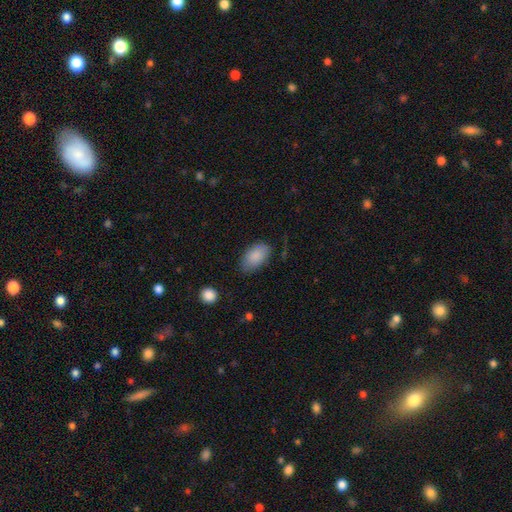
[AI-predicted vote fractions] This appears to be a smooth galaxy with no disk features (86%) that is in between round and cigar-shaped (94%). Merging: none (73%).